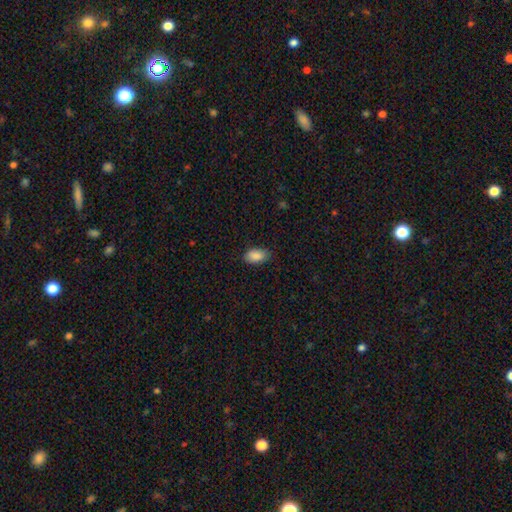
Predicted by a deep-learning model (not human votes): Morphology: type=smooth (89%); roundness=in between (93%); merging=none (84%).